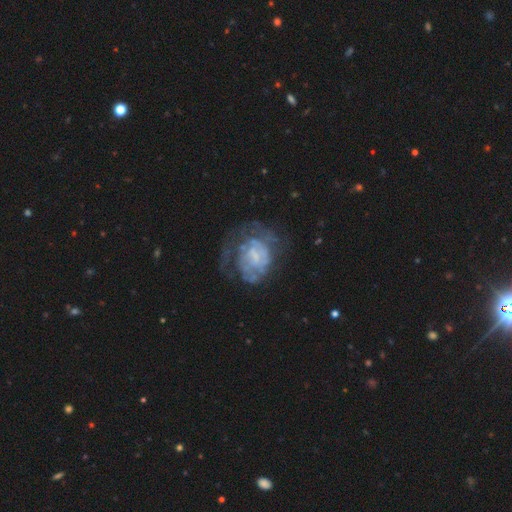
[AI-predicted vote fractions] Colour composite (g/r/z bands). It shows a featured or disk galaxy (70%) with no bar (64%), spiral arms (61%) and no central bulge (45%). Merging: none (44%).